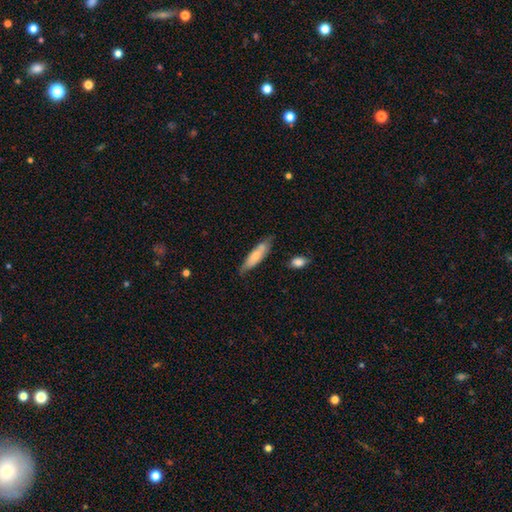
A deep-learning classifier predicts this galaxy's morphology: Smooth or featured?
  - smooth: 65% *
  - featured or disk: 29%
  - star or artifact: 6%
How rounded?
  - cigar-shaped: 63% *
  - in between: 36%
  - round: 2%
Merging?
  - none: 68% *
  - minor disturbance: 23%
  - merger: 5%
  - major disturbance: 4%